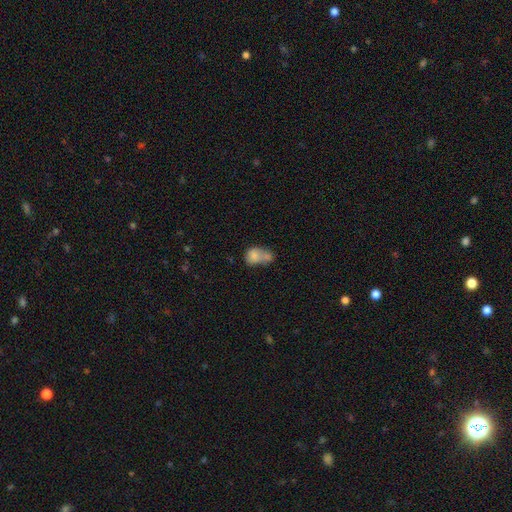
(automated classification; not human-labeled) This is likely a smooth galaxy (76%). How rounded: possibly in between (58%). Merging: likely merger (64%).